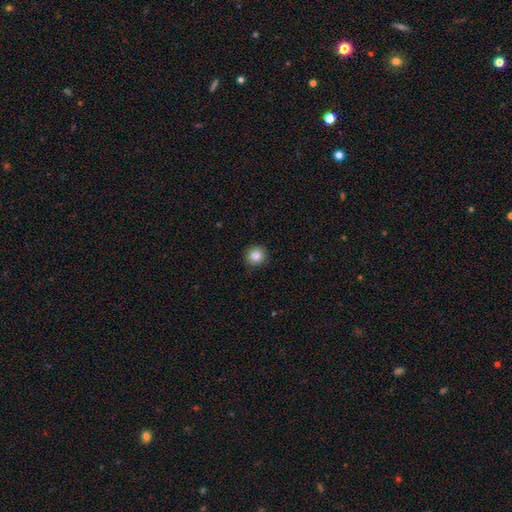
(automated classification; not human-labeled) Smooth or featured? smooth (82%)
How rounded? round (93%)
Merging? none (89%)